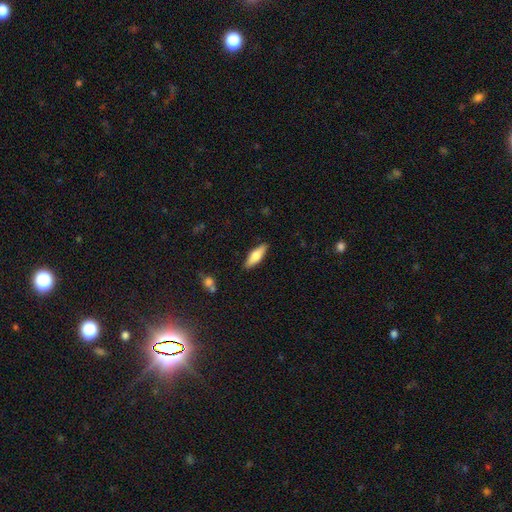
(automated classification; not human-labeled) Smooth or featured? Predicted: smooth (p=0.66). How rounded? Predicted: in between (p=0.53). Merging? Predicted: none (p=0.88).